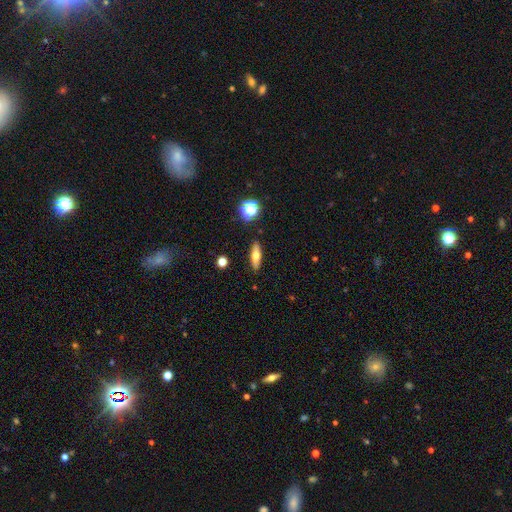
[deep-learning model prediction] Q: Smooth or featured?
A: smooth (61%); runner-up: featured or disk (29%)
Q: How rounded?
A: cigar-shaped (56%); runner-up: in between (40%)
Q: Merging?
A: none (88%); runner-up: minor disturbance (8%)